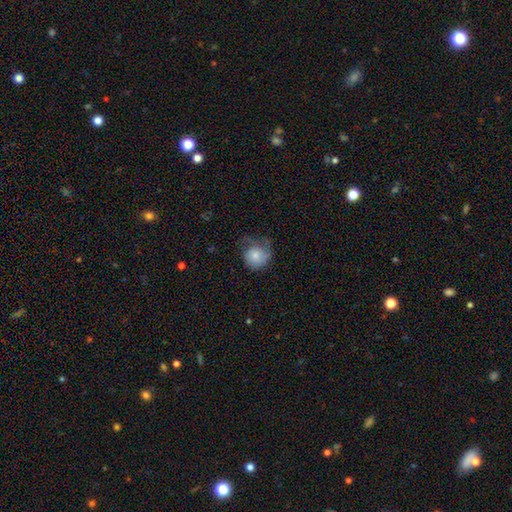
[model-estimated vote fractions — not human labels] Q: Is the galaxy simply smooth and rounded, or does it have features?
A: smooth — 72%.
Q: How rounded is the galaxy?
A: round — 84%.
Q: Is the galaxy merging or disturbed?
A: none — 43%.